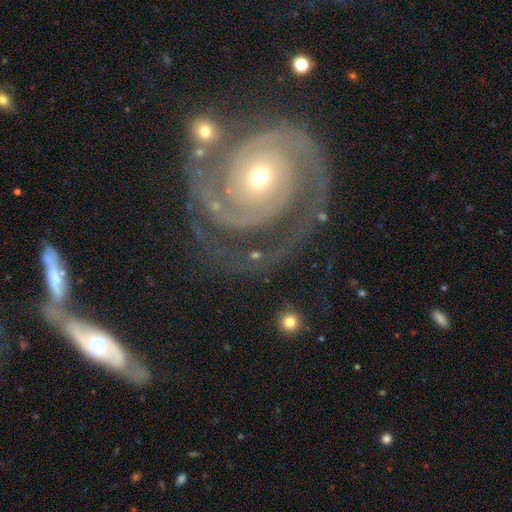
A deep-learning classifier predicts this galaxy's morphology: Smooth or featured: featured or disk — 85% (smooth — 8%)
Edge-on disk: no — 97% (yes — 3%)
Bar: no — 72% (weak — 19%)
Spiral arms: yes — 95% (no — 5%)
Spiral winding: tight — 57% (medium — 32%)
Spiral arm count: 2 — 67% (can't tell — 10%)
Bulge size: small — 48% (moderate — 46%)
Merging: none — 66% (major disturbance — 16%)